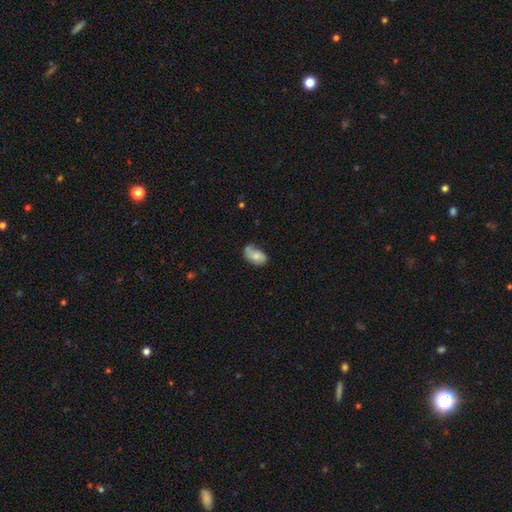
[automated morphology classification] Smooth or featured? Predicted: smooth (p=0.59). How rounded? Predicted: in between (p=0.91). Merging? Predicted: none (p=0.44).